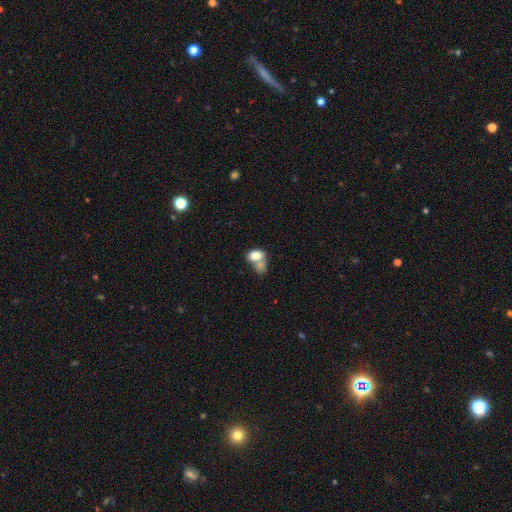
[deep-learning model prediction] A smooth galaxy with no disk features (76%) that is in between round and cigar-shaped (71%). Merging: merger (61%).